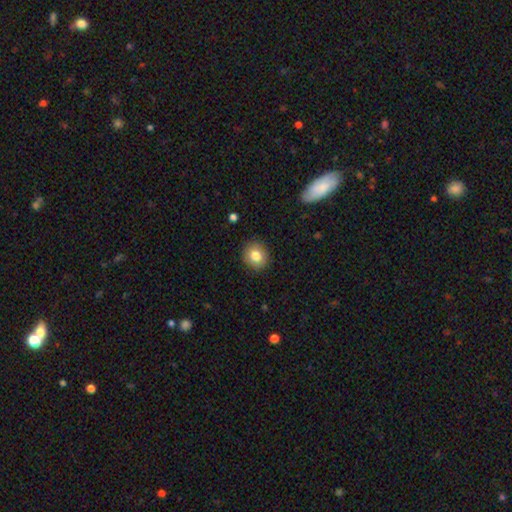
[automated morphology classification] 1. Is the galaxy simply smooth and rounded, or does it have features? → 82% smooth, 9% featured or disk, 9% star or artifact.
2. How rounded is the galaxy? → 80% round, 19% in between, 1% cigar-shaped.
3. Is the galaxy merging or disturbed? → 89% none, 7% minor disturbance, 2% major disturbance, 1% merger.